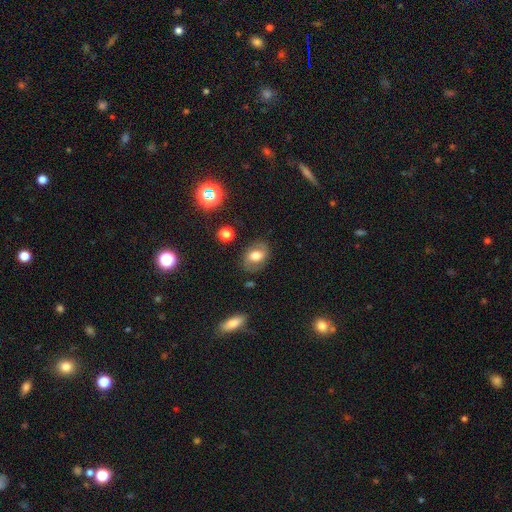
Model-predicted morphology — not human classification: type=smooth (53%); roundness=in between (68%); merging=none (78%).